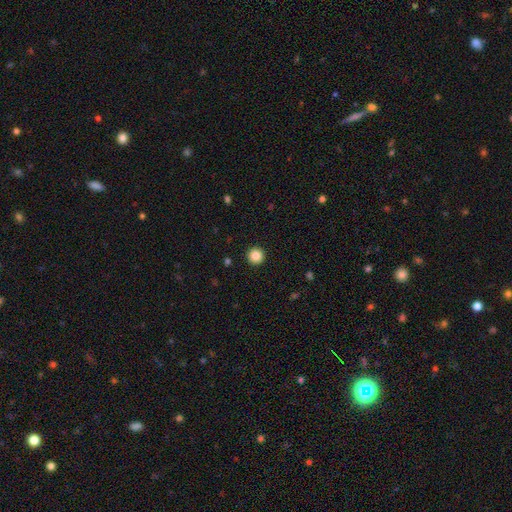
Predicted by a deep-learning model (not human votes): Smooth or featured: smooth — 85% (star or artifact — 10%)
How rounded: round — 96% (in between — 3%)
Merging: none — 94% (minor disturbance — 4%)